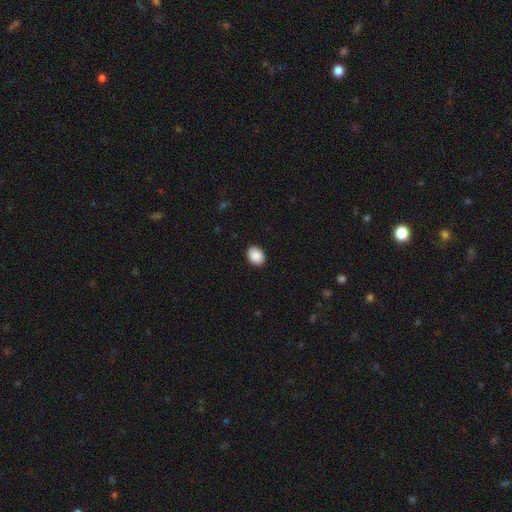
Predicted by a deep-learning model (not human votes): Overall: smooth (90%). How rounded: in between (65%; round 35%). Merging: none (91%).